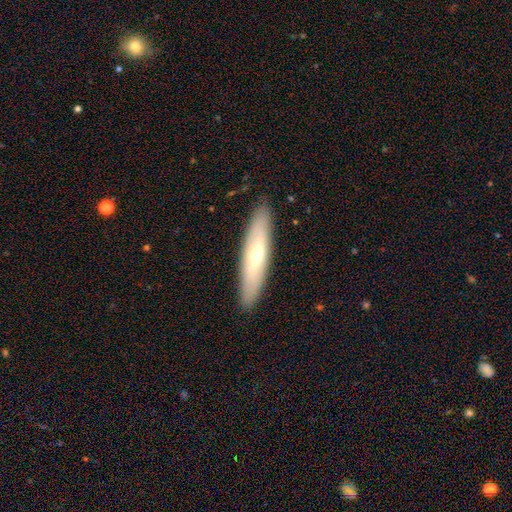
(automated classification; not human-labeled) A featured or disk galaxy (48%). Merging: none (90%).